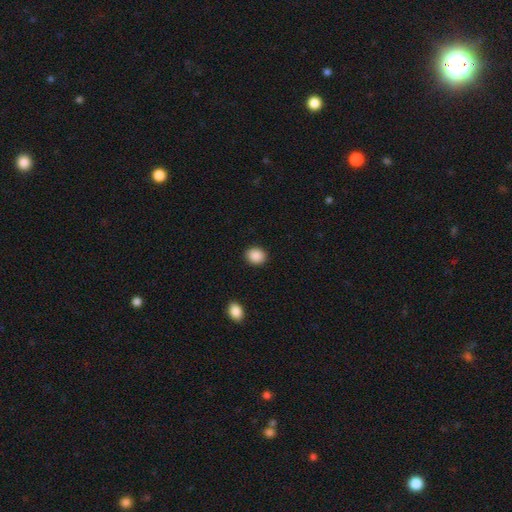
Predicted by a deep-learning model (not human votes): smooth_or_featured: smooth (p=0.89) [alt: star or artifact p=0.08]
how_rounded: round (p=0.63) [alt: in between p=0.37]
merging: none (p=0.90) [alt: minor disturbance p=0.07]